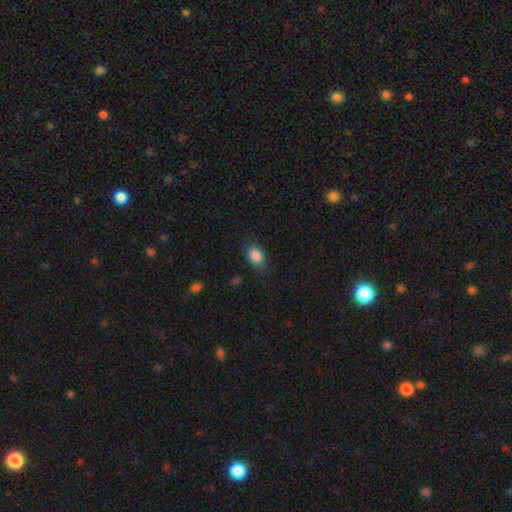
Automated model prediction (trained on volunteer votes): smooth_or_featured: smooth (p=0.85) [alt: star or artifact p=0.08]
how_rounded: in between (p=0.77) [alt: round p=0.21]
merging: none (p=0.69) [alt: minor disturbance p=0.22]